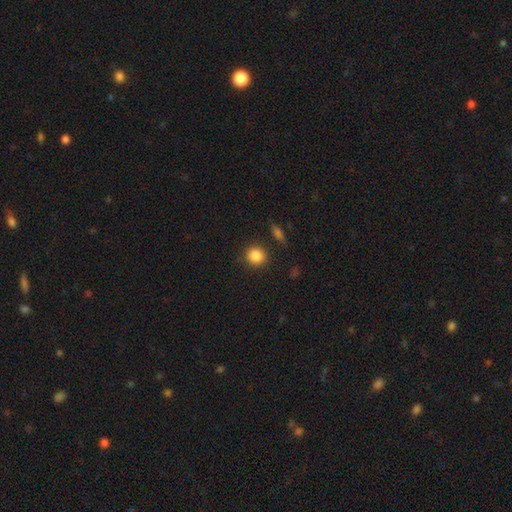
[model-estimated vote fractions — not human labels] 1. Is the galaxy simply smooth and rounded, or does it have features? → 86% smooth, 10% star or artifact, 4% featured or disk.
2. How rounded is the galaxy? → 90% round, 8% in between, 1% cigar-shaped.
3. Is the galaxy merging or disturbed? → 88% none, 7% minor disturbance, 2% major disturbance, 2% merger.